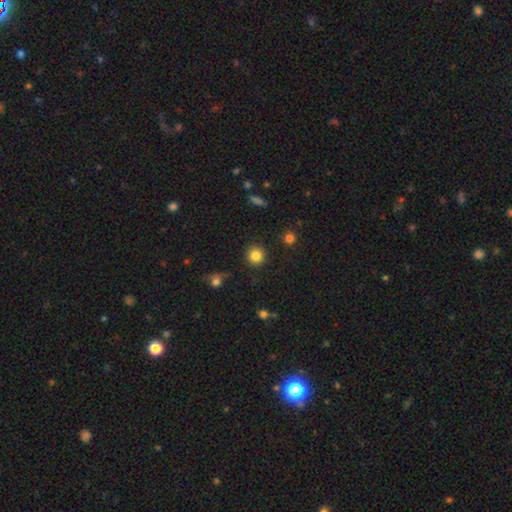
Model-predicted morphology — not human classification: A smooth galaxy with no disk features (84%) that is round (93%). Merging: none (91%).